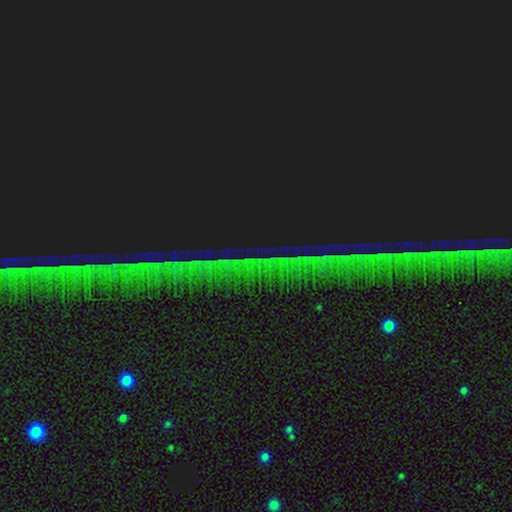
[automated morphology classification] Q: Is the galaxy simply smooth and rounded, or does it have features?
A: star or artifact — 86%.